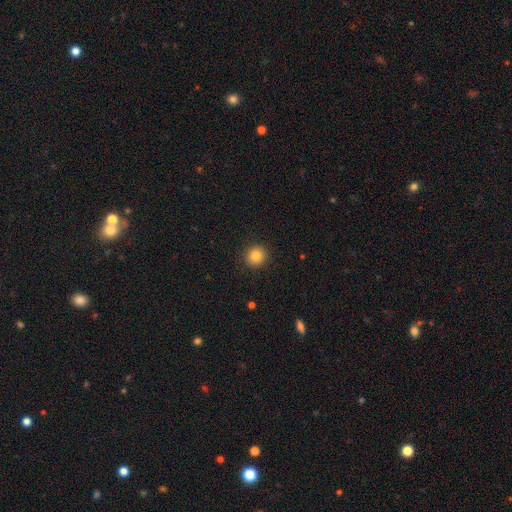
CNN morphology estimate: Smooth or featured: smooth — 83% (star or artifact — 11%)
How rounded: round — 92% (in between — 7%)
Merging: none — 91% (minor disturbance — 6%)